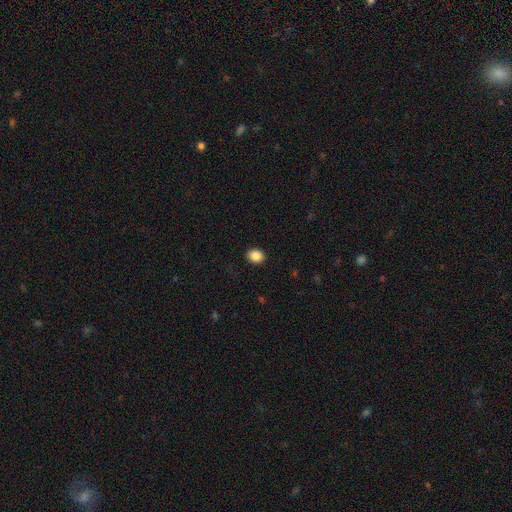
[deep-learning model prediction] Smooth or featured: smooth — 88% (star or artifact — 9%)
How rounded: in between — 52% (round — 48%)
Merging: none — 90% (minor disturbance — 7%)